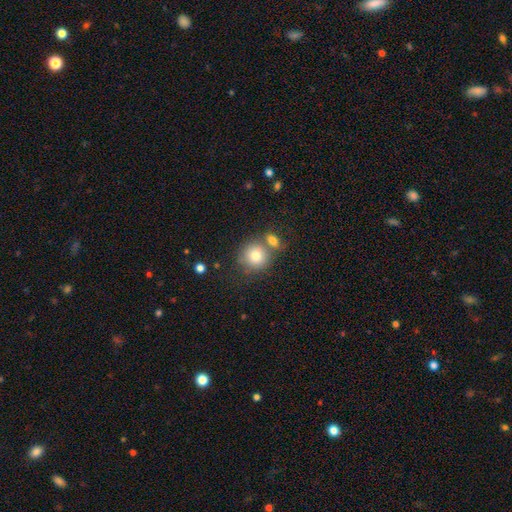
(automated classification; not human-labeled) This appears to be a smooth galaxy with no disk features (79%) that is round (89%). Merging: none (55%).